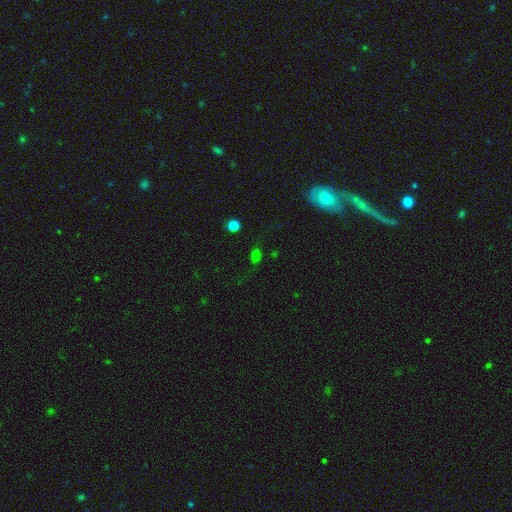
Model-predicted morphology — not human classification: This is likely a smooth galaxy (66%). How rounded: likely in between (68%). Merging: likely none (72%).